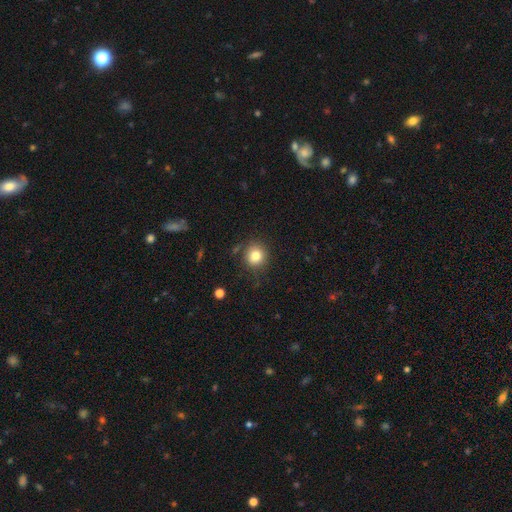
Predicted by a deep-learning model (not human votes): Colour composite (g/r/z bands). It shows a smooth galaxy with no disk features (81%) that is round (89%). Merging: none (83%).